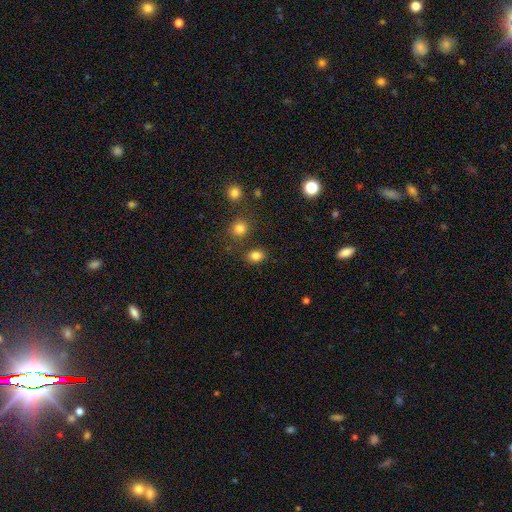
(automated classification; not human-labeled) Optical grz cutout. It shows a smooth galaxy with no disk features (83%) that is in between round and cigar-shaped (57%). Merging: none (77%).